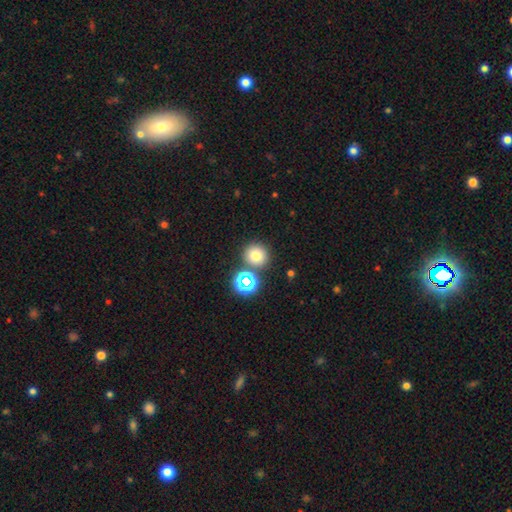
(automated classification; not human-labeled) Q: Smooth or featured?
A: smooth (73%); runner-up: star or artifact (19%)
Q: How rounded?
A: round (90%); runner-up: in between (9%)
Q: Merging?
A: none (76%); runner-up: merger (14%)